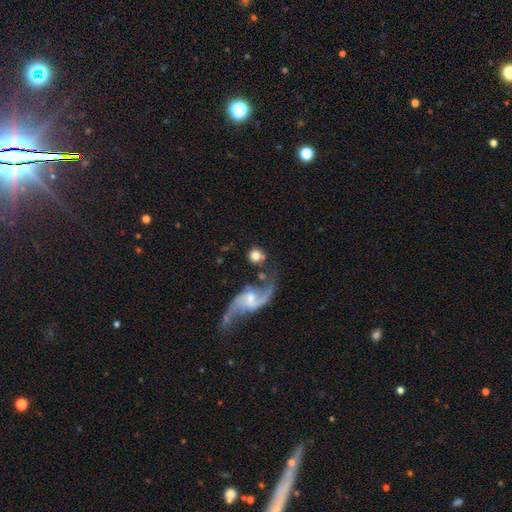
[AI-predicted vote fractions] smooth-or-featured: smooth: 66% | featured or disk: 26% | star or artifact: 8%
  how-rounded: round: 88% | in between: 10% | cigar-shaped: 2%
  merging: none: 62% | merger: 18% | minor disturbance: 12% | major disturbance: 7%